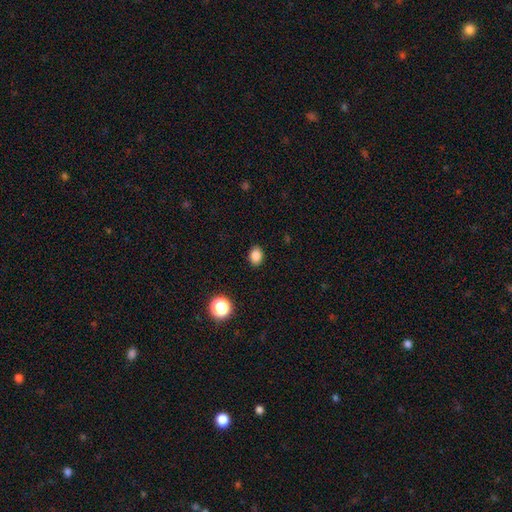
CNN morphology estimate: The model was most divided on "how rounded": in between: 65%, round: 34%, cigar-shaped: 1%. More confident: merging — none (90%); smooth or featured — smooth (85%).